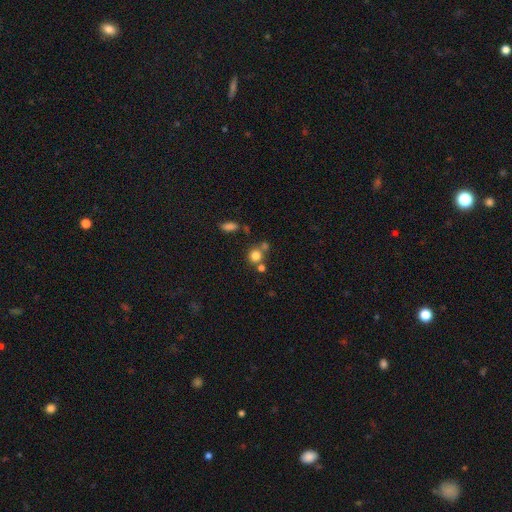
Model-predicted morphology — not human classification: smooth_or_featured: smooth (p=0.77) [alt: star or artifact p=0.14]
how_rounded: round (p=0.87) [alt: in between p=0.12]
merging: none (p=0.58) [alt: merger p=0.28]